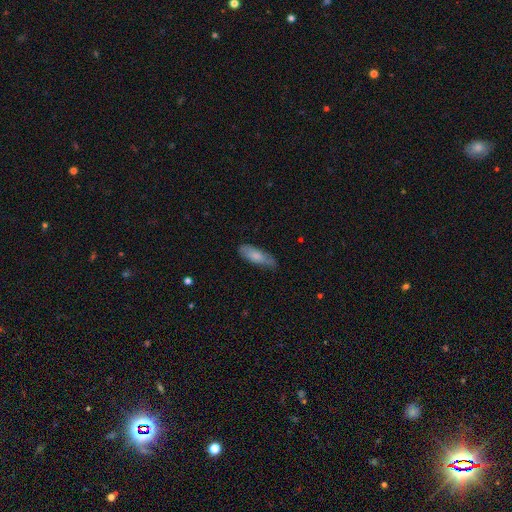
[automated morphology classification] smooth 77%, featured or disk 17%, star or artifact 6%. Down the decision tree: how rounded — in between (60%); merging — none (72%).